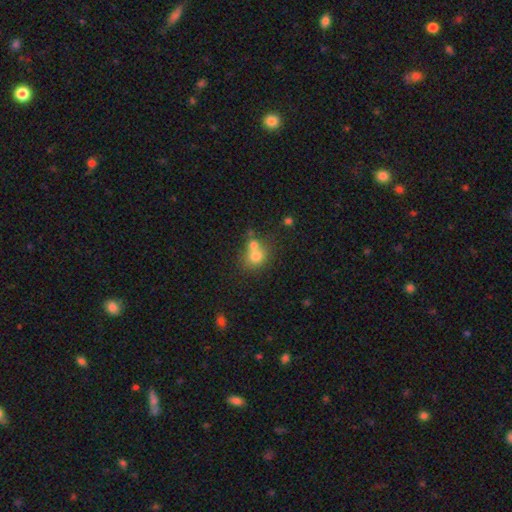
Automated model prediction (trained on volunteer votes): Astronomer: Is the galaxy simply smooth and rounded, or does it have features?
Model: smooth — 72%.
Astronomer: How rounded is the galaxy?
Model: round — 69%.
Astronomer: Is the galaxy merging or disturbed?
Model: merger — 56% (runner-up: none, 32%).